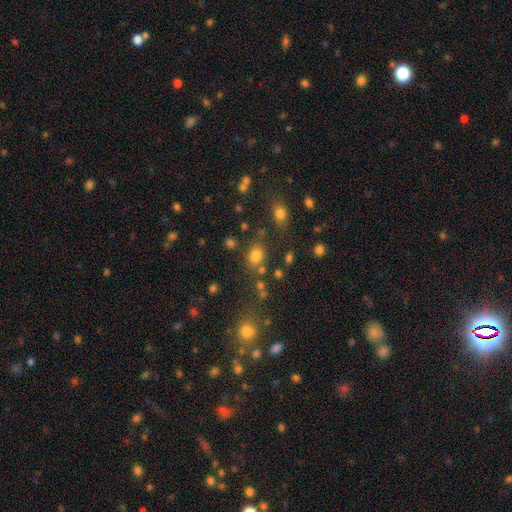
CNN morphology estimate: This is likely a smooth galaxy (75%). How rounded: possibly round (52%). Merging: likely none (66%).